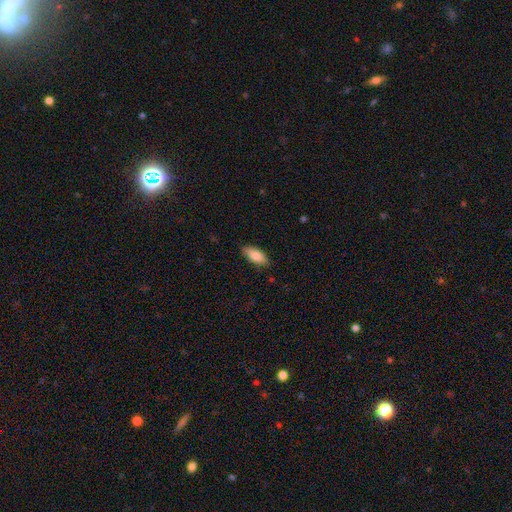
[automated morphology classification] smooth 84%, featured or disk 9%, star or artifact 6%. Down the decision tree: how rounded — in between (88%); merging — none (83%).